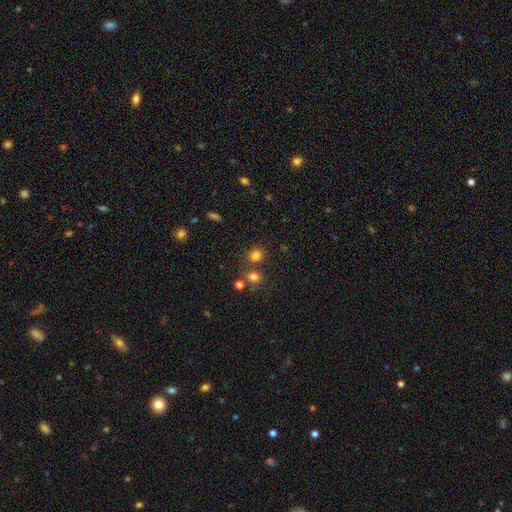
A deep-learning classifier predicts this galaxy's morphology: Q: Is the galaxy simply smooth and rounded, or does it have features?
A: smooth — 78%.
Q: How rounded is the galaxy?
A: round — 82%.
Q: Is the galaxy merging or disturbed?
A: none — 73%.